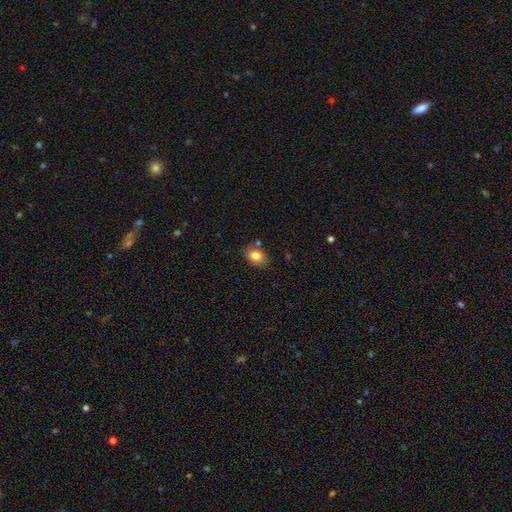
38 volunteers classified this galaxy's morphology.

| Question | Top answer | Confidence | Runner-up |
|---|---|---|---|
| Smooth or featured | smooth | 82% | star or artifact (11%) |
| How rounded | in between | 61% | round (39%) |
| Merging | none | 82% | minor disturbance (15%) |